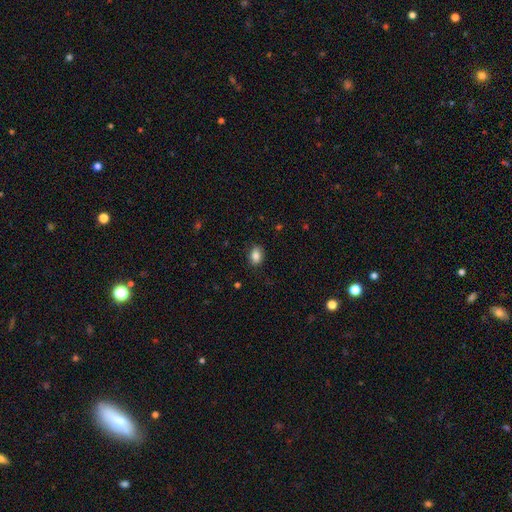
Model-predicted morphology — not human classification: This appears to be a smooth galaxy with no disk features (86%) that is in between round and cigar-shaped (73%). Merging: none (84%).